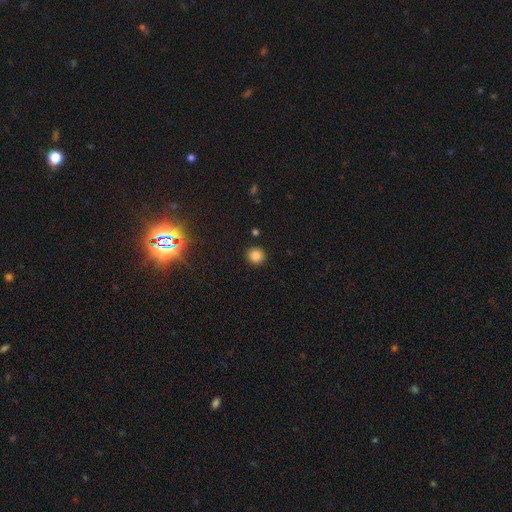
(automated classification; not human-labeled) This is clearly a smooth galaxy (83%). How rounded: clearly round (94%). Merging: clearly none (92%).